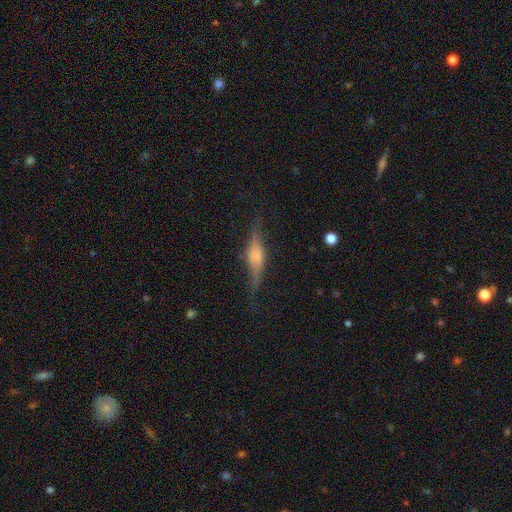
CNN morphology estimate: This appears to be a featured or disk galaxy (66%) viewed edge-on (93%) with a rounded central bulge (65%). Merging: none (73%).